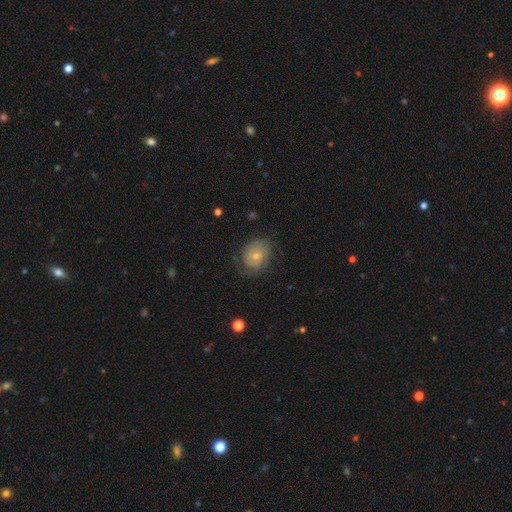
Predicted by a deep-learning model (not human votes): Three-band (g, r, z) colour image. It shows a featured or disk galaxy (56%) with no bar (68%), spiral arms (81%) and a small central bulge (55%). Merging: none (63%).